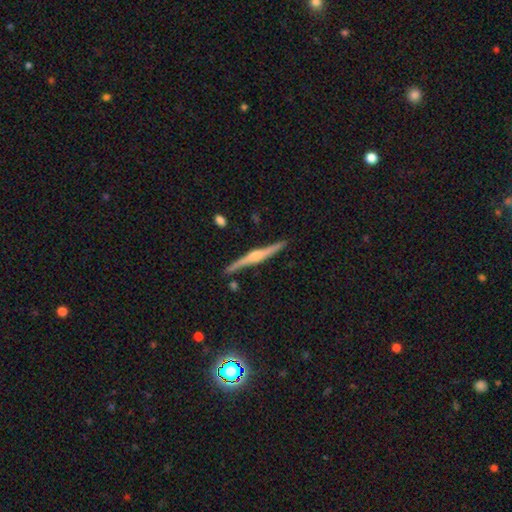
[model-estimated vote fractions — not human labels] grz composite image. It shows a featured or disk galaxy (78%) viewed edge-on (98%) with a rounded central bulge (85%). Merging: none (88%).